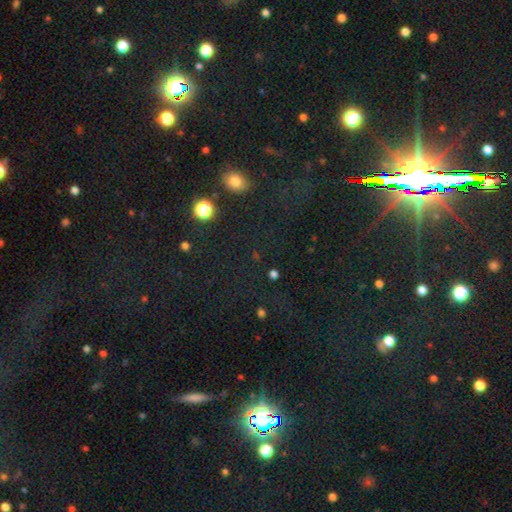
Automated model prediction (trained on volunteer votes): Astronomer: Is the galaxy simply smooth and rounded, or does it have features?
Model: star or artifact — 77%.